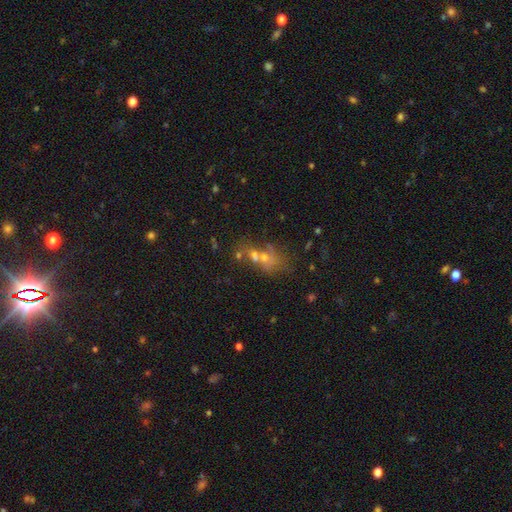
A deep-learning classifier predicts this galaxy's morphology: The model was most divided on "merging": none: 40%, merger: 36%, minor disturbance: 12%, major disturbance: 11%. Remaining: smooth or featured — smooth (42%).